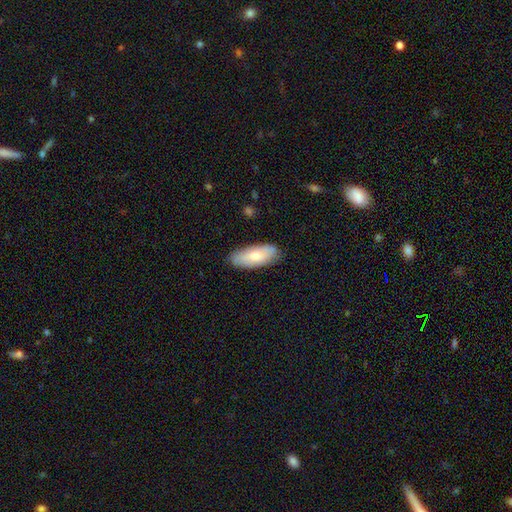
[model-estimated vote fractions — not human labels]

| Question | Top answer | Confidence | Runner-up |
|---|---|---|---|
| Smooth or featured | smooth | 71% | featured or disk (24%) |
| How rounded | in between | 82% | cigar-shaped (16%) |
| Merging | none | 80% | minor disturbance (16%) |